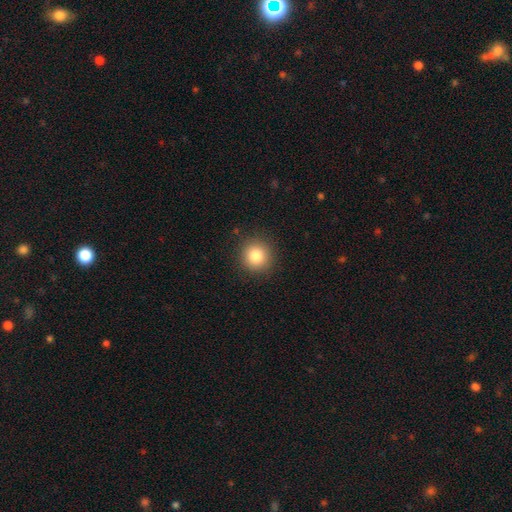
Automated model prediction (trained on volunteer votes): Smooth or featured?
  - smooth: 83% *
  - star or artifact: 10%
  - featured or disk: 7%
How rounded?
  - round: 92% *
  - in between: 7%
  - cigar-shaped: 1%
Merging?
  - none: 90% *
  - minor disturbance: 7%
  - major disturbance: 2%
  - merger: 1%